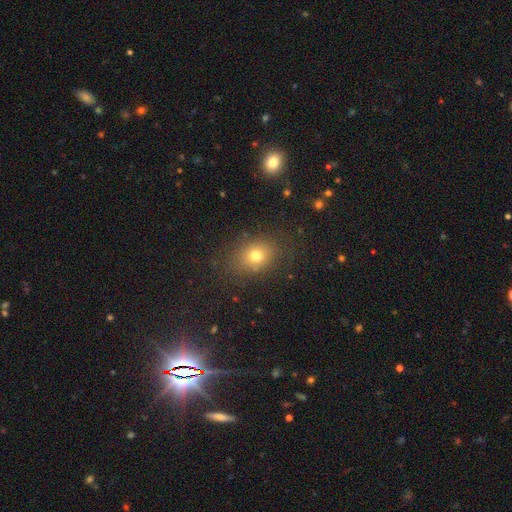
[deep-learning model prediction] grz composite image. It shows a smooth galaxy with no disk features (73%) that is in between round and cigar-shaped (59%). Merging: none (82%).